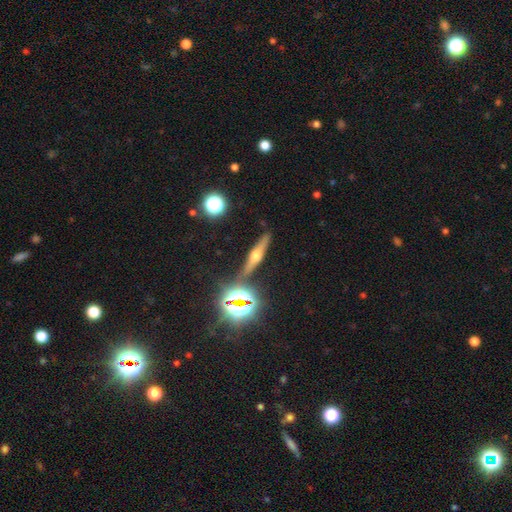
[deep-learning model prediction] smooth_or_featured: featured or disk (p=0.62) [alt: smooth p=0.23]
disk_edge_on: yes (p=0.94) [alt: no p=0.06]
edge_on_bulge: rounded (p=0.93) [alt: boxy p=0.04]
merging: none (p=0.85) [alt: minor disturbance p=0.08]